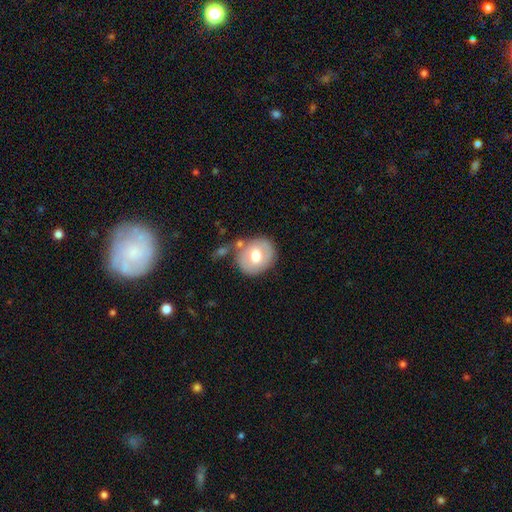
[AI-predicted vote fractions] This appears to be a smooth galaxy with no disk features (62%) that is round (73%). Merging: none (68%).